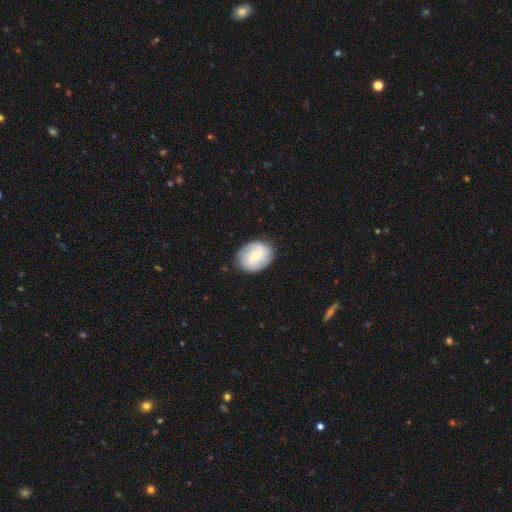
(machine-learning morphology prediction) Smooth or featured? featured or disk (53%)
Edge-on disk? no (97%)
Bar? no (49%)
Spiral arms? yes (90%)
Bulge size? small (62%)
Merging? none (80%)